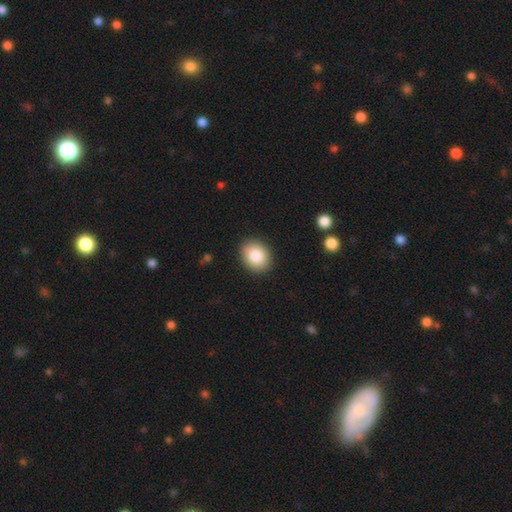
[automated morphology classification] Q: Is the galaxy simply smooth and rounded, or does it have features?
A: smooth — 86%.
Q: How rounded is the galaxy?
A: in between — 53%.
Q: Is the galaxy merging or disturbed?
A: none — 90%.